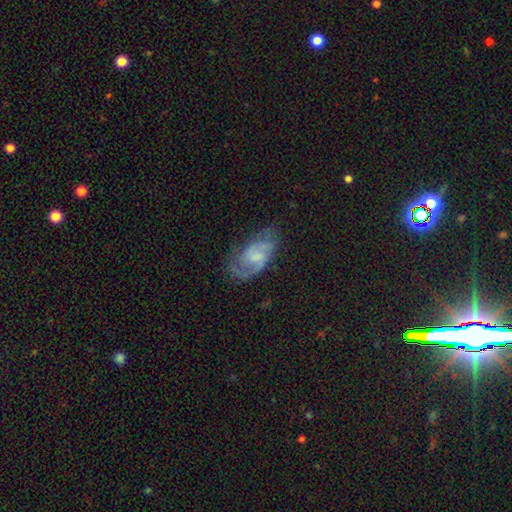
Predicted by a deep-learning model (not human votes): A featured or disk galaxy (77%) with a weak bar (51%), 2 (75%) medium (52%) spiral arms (94%) and a small central bulge (40%).

Vote fractions:
- Smooth or featured? featured or disk: 77% / smooth: 16% / star or artifact: 8%
- Edge-on disk? no: 96% / yes: 4%
- Bar? weak: 51% / no: 39% / strong: 10%
- Spiral arms? yes: 94% / no: 6%
- Spiral winding? medium: 52% / tight: 27% / loose: 22%
- Spiral arm count? 2: 75% / can't tell: 11% / 1: 6% / 3: 5% / 4: 2% / more than 4: 2%
- Bulge size? small: 40% / none: 29% / moderate: 25% / large: 4% / dominant: 1%
- Merging? none: 62% / minor disturbance: 23% / major disturbance: 13% / merger: 2%